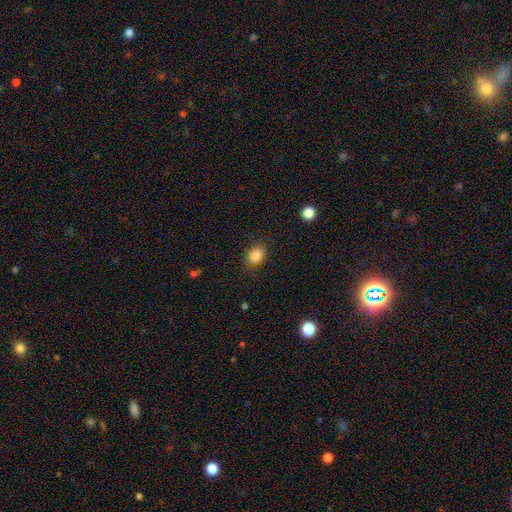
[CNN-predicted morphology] A smooth galaxy with no disk features (85%) that is in between round and cigar-shaped (65%). Merging: none (84%).